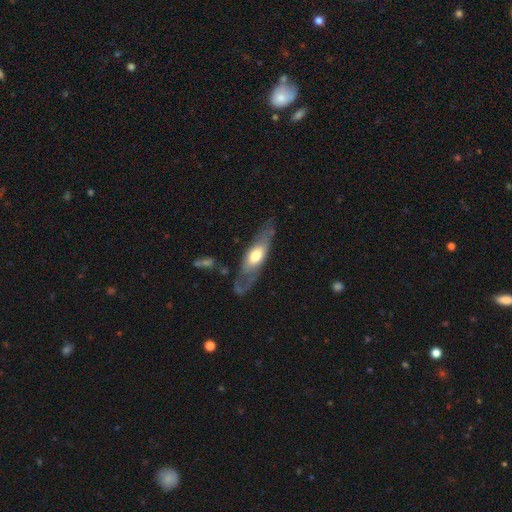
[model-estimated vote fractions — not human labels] A featured or disk galaxy (54%).

Vote fractions:
- Smooth or featured? featured or disk: 54% / smooth: 41% / star or artifact: 5%
- Edge-on disk? no: 54% / yes: 46%
- Merging? none: 69% / minor disturbance: 18% / major disturbance: 10% / merger: 3%